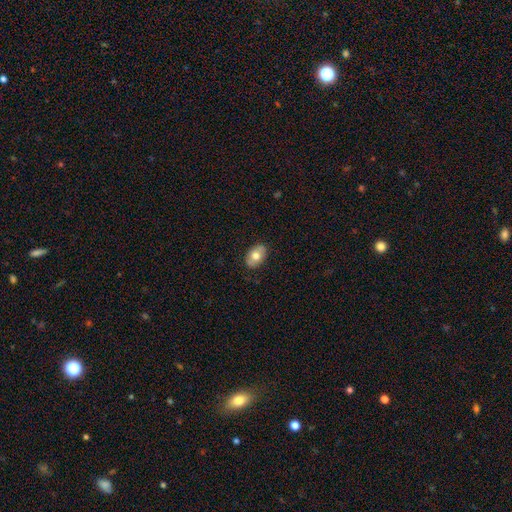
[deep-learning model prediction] smooth 69%, featured or disk 24%, star or artifact 7%. Down the decision tree: how rounded — in between (85%); merging — none (84%).